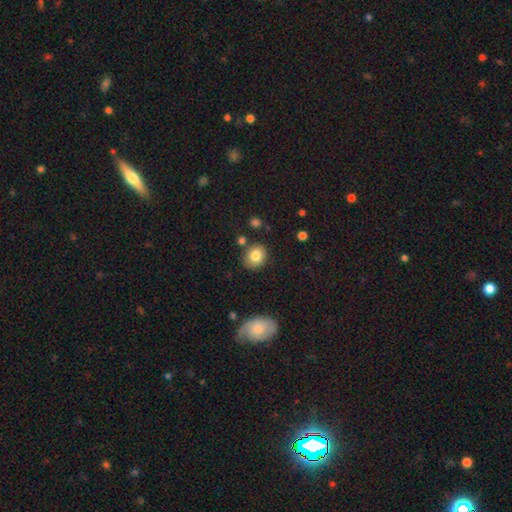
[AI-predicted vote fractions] Morphology: type=smooth (81%); roundness=round (64%); merging=none (81%).